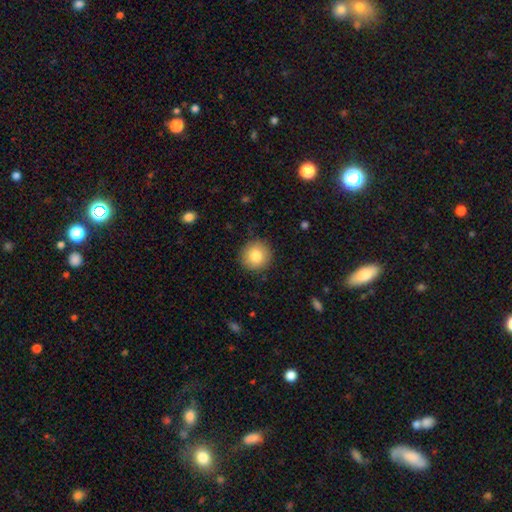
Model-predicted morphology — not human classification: Smooth or featured? Predicted: smooth (p=0.83). How rounded? Predicted: round (p=0.92). Merging? Predicted: none (p=0.90).